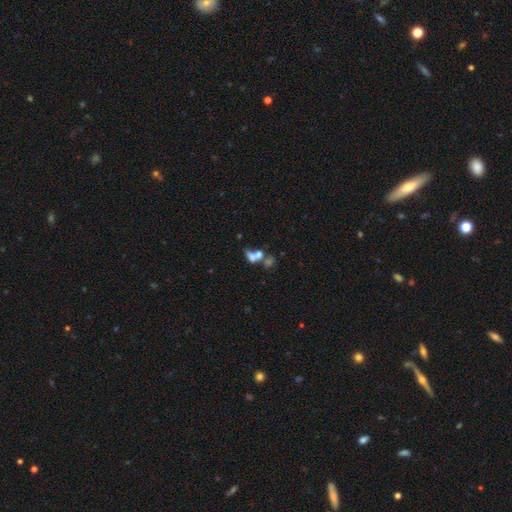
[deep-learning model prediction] Smooth or featured?
  - smooth: 56% *
  - featured or disk: 28%
  - star or artifact: 15%
How rounded?
  - in between: 61% *
  - round: 32%
  - cigar-shaped: 8%
Merging?
  - merger: 62% *
  - none: 19%
  - major disturbance: 11%
  - minor disturbance: 7%